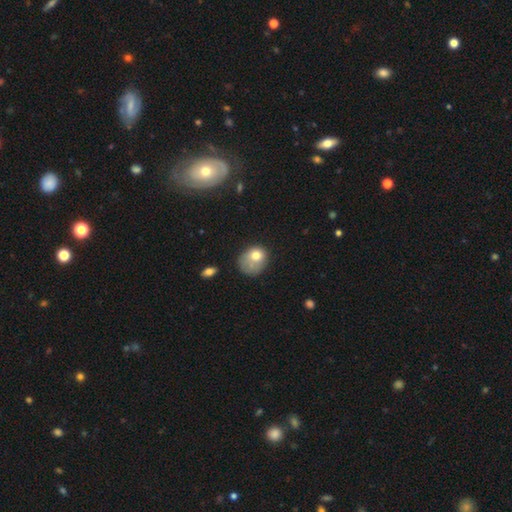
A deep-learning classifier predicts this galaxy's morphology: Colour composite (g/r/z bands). It shows a smooth galaxy with no disk features (72%) that is round (58%). Merging: minor disturbance (33%).